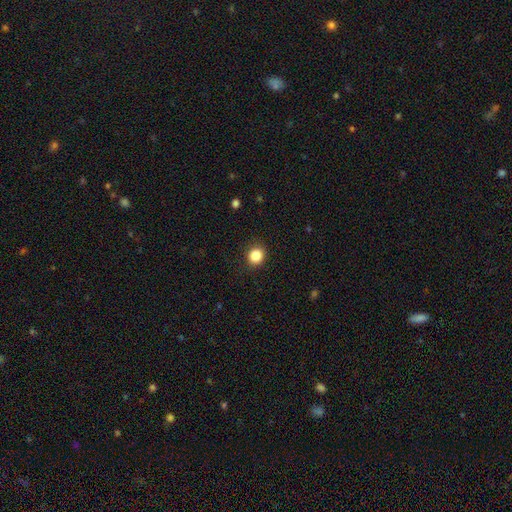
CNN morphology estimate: smooth 85%, star or artifact 11%, featured or disk 4%. Down the decision tree: how rounded — round (83%); merging — none (89%).